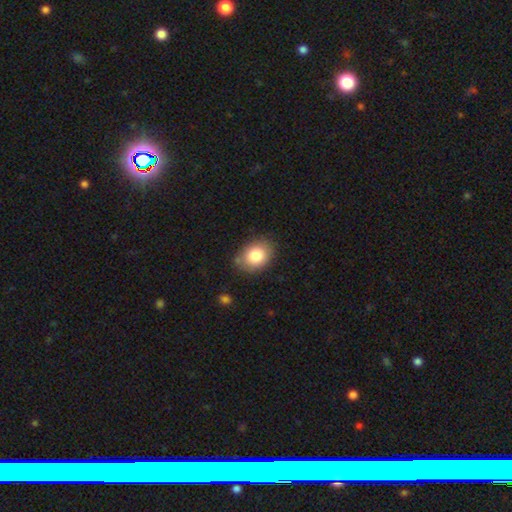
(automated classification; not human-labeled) A smooth galaxy with no disk features (83%) that is in between round and cigar-shaped (60%). Merging: none (81%).